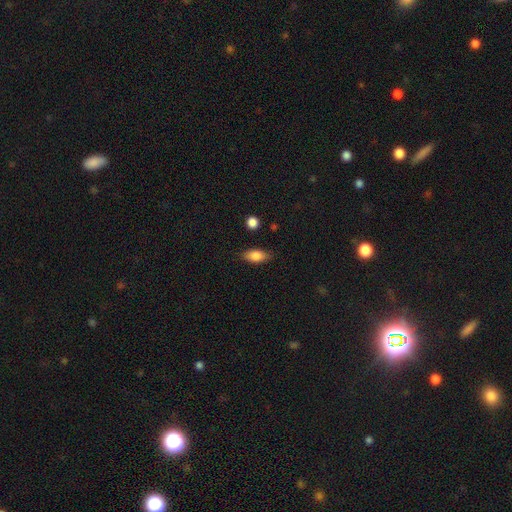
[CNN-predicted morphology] This appears to be a smooth galaxy with no disk features (82%) that is in between round and cigar-shaped (85%). Merging: none (82%).